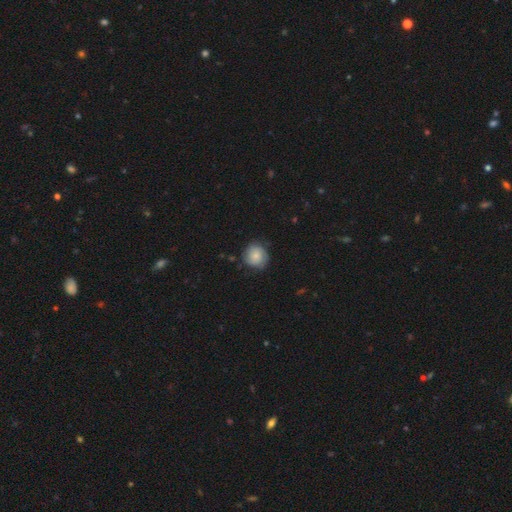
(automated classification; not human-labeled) Overall: smooth (77%). How rounded: round (85%). Merging: none (74%).